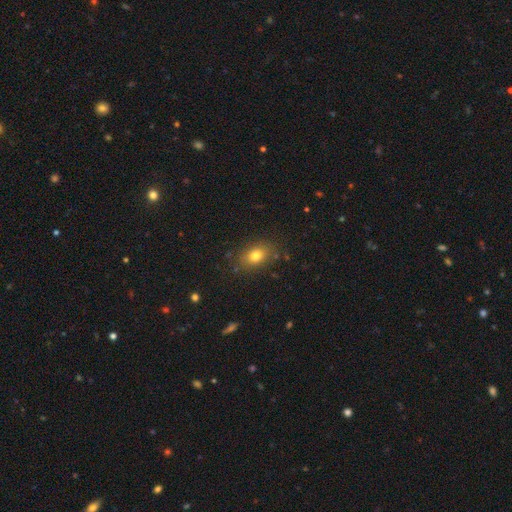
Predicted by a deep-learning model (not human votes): A smooth galaxy with no disk features (77%) that is in between round and cigar-shaped (77%).

Vote fractions:
- Smooth or featured? smooth: 77% / star or artifact: 11% / featured or disk: 11%
- How rounded? in between: 77% / round: 22% / cigar-shaped: 2%
- Merging? none: 83% / minor disturbance: 11% / major disturbance: 4% / merger: 2%